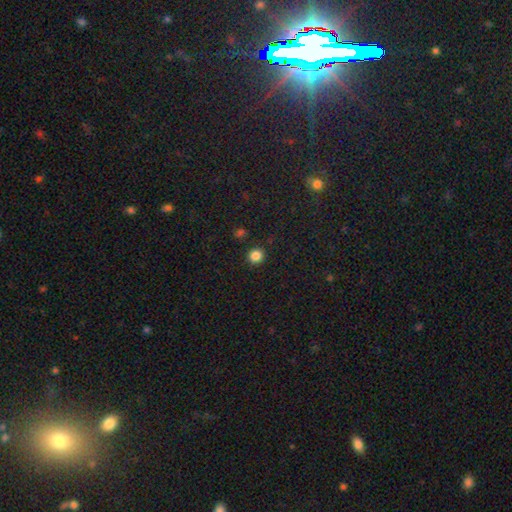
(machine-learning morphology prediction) The model was most divided on "smooth or featured": smooth: 85%, star or artifact: 12%, featured or disk: 3%. More confident: how rounded — round (92%); merging — none (91%).